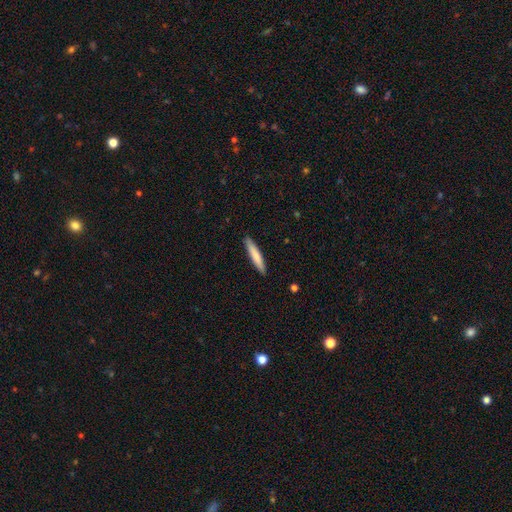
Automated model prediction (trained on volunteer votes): smooth_or_featured: smooth (p=0.76) [alt: featured or disk p=0.19]
how_rounded: cigar-shaped (p=0.92) [alt: in between p=0.07]
merging: none (p=0.91) [alt: minor disturbance p=0.07]